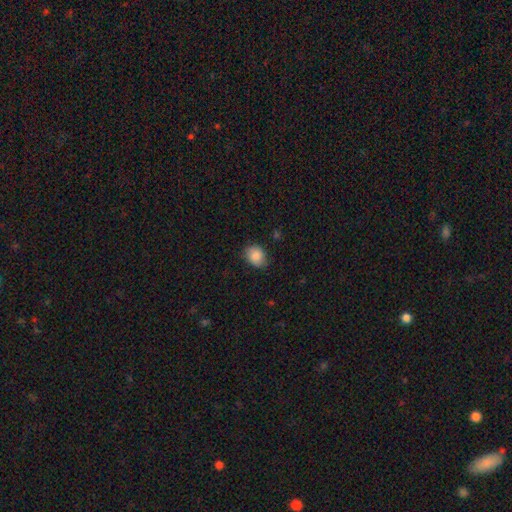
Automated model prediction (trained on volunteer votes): smooth-or-featured: smooth: 85% | star or artifact: 8% | featured or disk: 7%
  how-rounded: in between: 57% | round: 42% | cigar-shaped: 1%
  merging: none: 76% | minor disturbance: 19% | major disturbance: 4% | merger: 1%